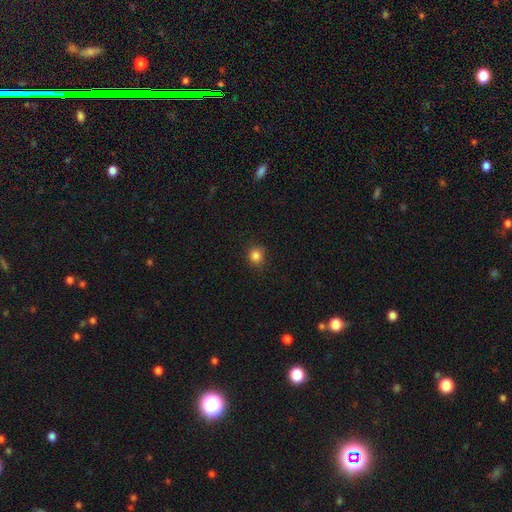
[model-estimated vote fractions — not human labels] Q: Smooth or featured?
A: smooth (83%); runner-up: star or artifact (13%)
Q: How rounded?
A: round (87%); runner-up: in between (12%)
Q: Merging?
A: none (85%); runner-up: minor disturbance (12%)